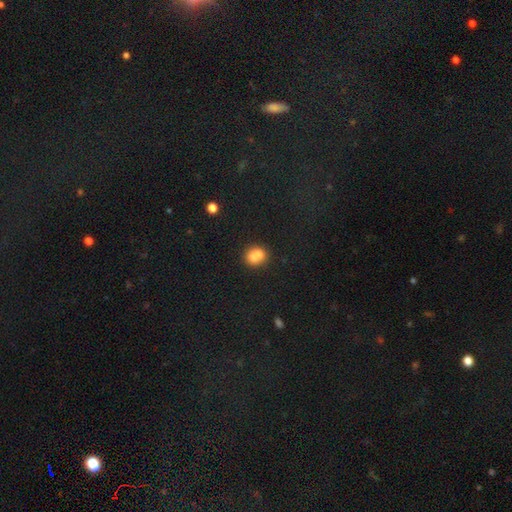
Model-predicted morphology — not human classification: smooth-or-featured: smooth: 70% | featured or disk: 19% | star or artifact: 11%
  how-rounded: round: 75% | in between: 24% | cigar-shaped: 1%
  merging: merger: 60% | none: 31% | minor disturbance: 6% | major disturbance: 3%